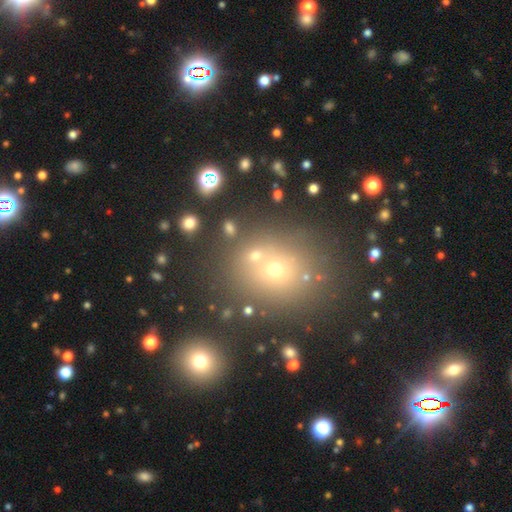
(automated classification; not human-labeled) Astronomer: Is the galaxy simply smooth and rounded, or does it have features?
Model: smooth — 62%.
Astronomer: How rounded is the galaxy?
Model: round — 66%.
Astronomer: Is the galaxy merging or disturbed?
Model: none — 67%.